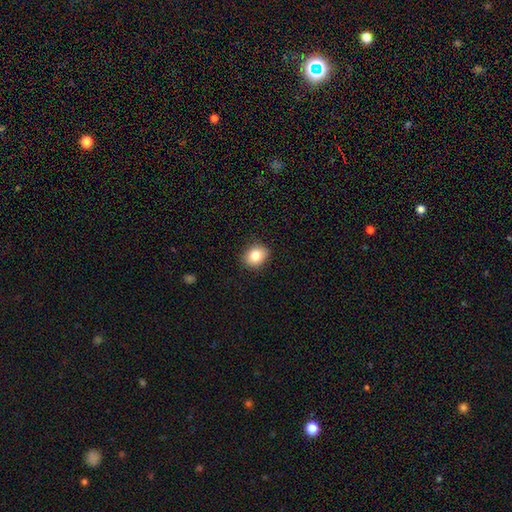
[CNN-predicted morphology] smooth_or_featured: smooth (p=0.82) [alt: star or artifact p=0.10]
how_rounded: round (p=0.55) [alt: in between p=0.44]
merging: none (p=0.89) [alt: minor disturbance p=0.08]